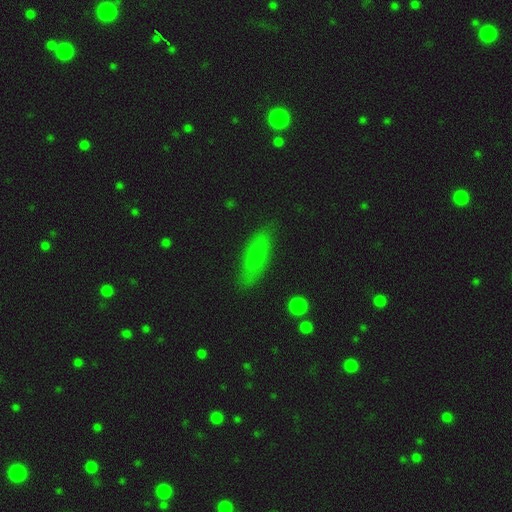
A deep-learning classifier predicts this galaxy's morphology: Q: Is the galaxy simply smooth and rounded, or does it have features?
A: smooth — 70%.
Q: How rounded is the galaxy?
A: in between — 60%.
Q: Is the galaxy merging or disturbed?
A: none — 82%.